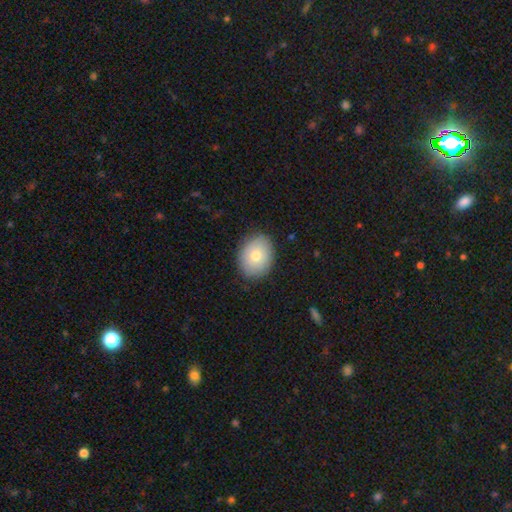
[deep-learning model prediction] Smooth or featured: smooth — 76% (featured or disk — 16%)
How rounded: in between — 59% (round — 40%)
Merging: none — 86% (minor disturbance — 11%)